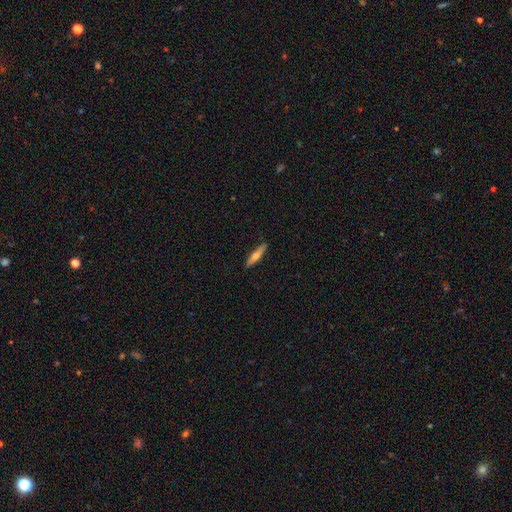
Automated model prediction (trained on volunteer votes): This appears to be a smooth galaxy with no disk features (53%) that is cigar-shaped (86%). Merging: none (89%).